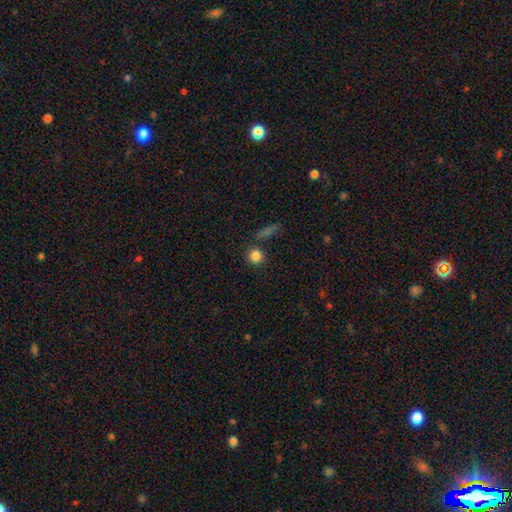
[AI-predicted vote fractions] smooth-or-featured: smooth: 84% | star or artifact: 11% | featured or disk: 5%
  how-rounded: round: 91% | in between: 8% | cigar-shaped: 1%
  merging: none: 79% | merger: 10% | minor disturbance: 8% | major disturbance: 3%